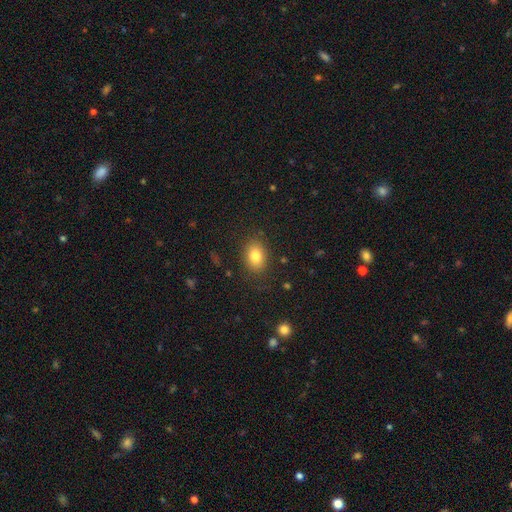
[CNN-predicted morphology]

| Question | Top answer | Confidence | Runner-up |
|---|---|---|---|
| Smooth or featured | smooth | 82% | star or artifact (9%) |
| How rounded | in between | 79% | round (20%) |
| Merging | none | 84% | minor disturbance (11%) |